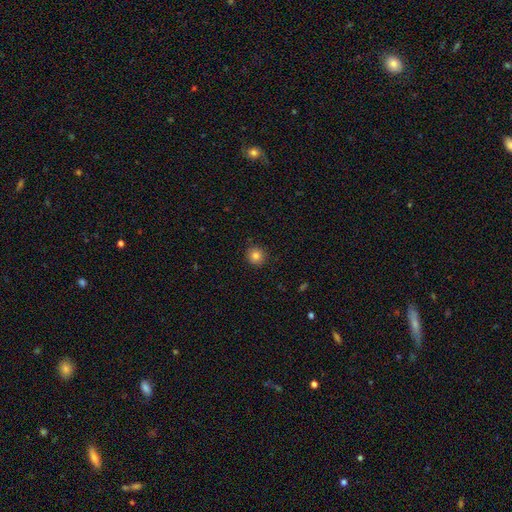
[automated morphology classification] smooth-or-featured: smooth: 82% | star or artifact: 12% | featured or disk: 6%
  how-rounded: round: 93% | in between: 6% | cigar-shaped: 1%
  merging: none: 90% | minor disturbance: 7% | major disturbance: 2% | merger: 1%